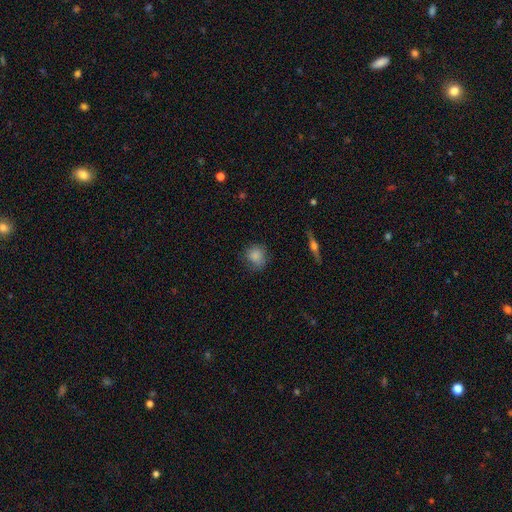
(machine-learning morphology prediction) Smooth or featured? smooth (83%)
How rounded? round (84%)
Merging? none (74%)